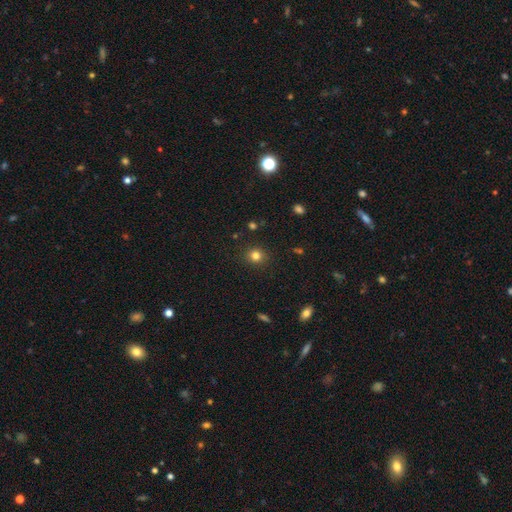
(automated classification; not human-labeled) smooth_or_featured: smooth (p=0.81) [alt: star or artifact p=0.14]
how_rounded: round (p=0.85) [alt: in between p=0.14]
merging: none (p=0.90) [alt: minor disturbance p=0.07]